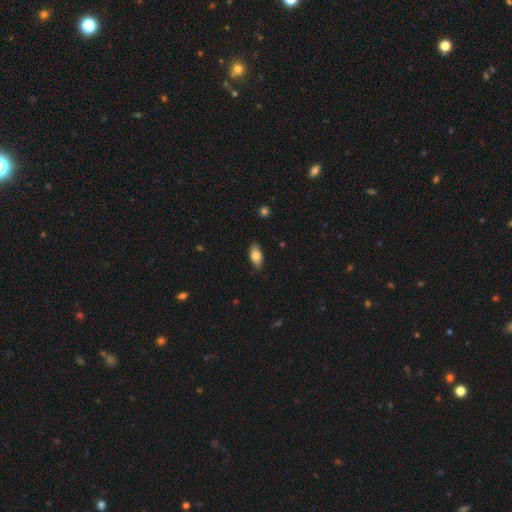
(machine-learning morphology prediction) Smooth or featured? smooth (79%)
How rounded? in between (89%)
Merging? none (84%)